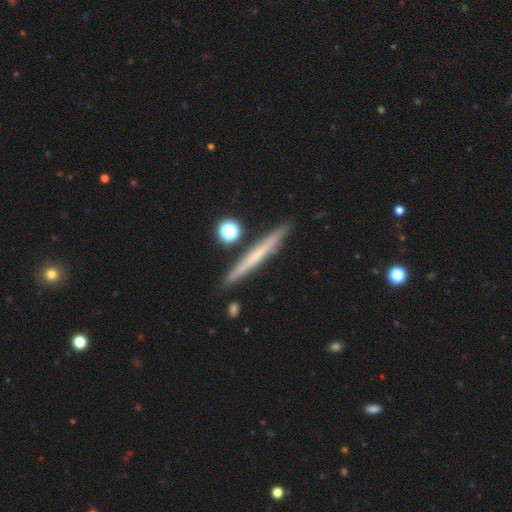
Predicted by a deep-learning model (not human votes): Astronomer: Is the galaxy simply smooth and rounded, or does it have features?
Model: featured or disk — 48% (runner-up: smooth, 46%).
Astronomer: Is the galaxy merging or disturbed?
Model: none — 87%.